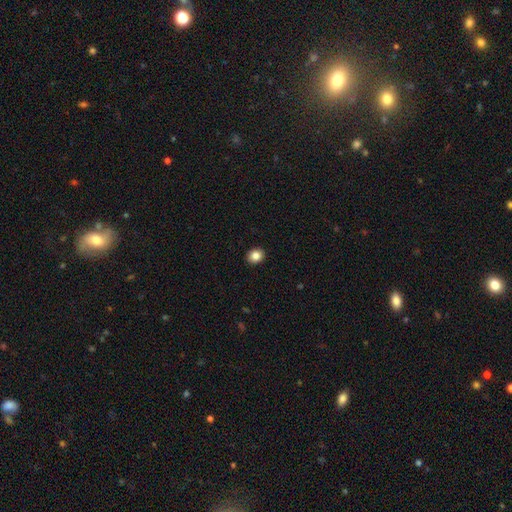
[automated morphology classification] smooth-or-featured: smooth: 85% | star or artifact: 9% | featured or disk: 6%
  how-rounded: round: 61% | in between: 38% | cigar-shaped: 1%
  merging: none: 92% | minor disturbance: 6% | major disturbance: 2% | merger: 1%